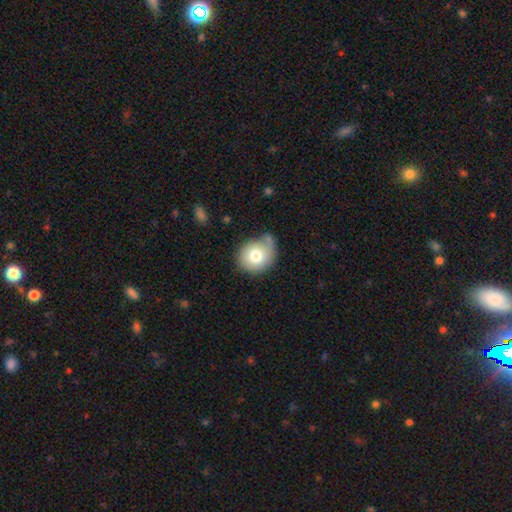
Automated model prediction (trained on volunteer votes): Smooth or featured: smooth — 78% (featured or disk — 14%)
How rounded: round — 67% (in between — 32%)
Merging: none — 54% (minor disturbance — 28%)